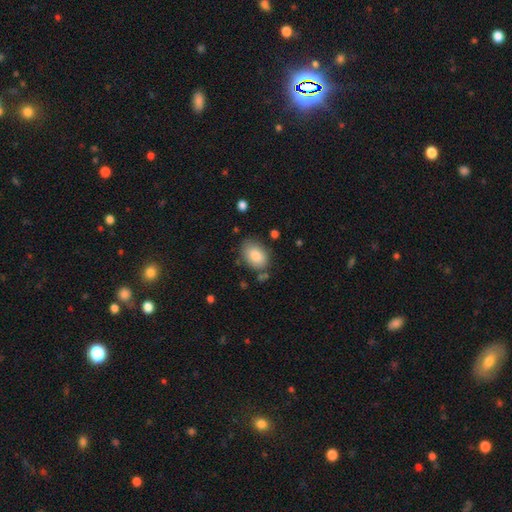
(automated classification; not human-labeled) Q: Smooth or featured?
A: smooth (86%); runner-up: star or artifact (7%)
Q: How rounded?
A: in between (83%); runner-up: round (16%)
Q: Merging?
A: none (73%); runner-up: minor disturbance (18%)